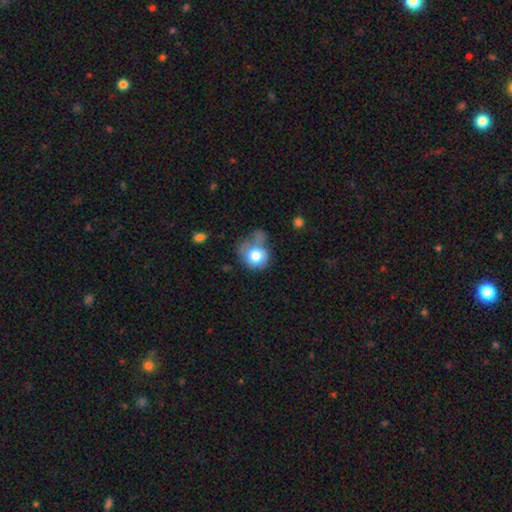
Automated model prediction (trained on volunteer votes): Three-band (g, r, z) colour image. It shows a smooth galaxy with no disk features (76%) that is round (72%). Merging: none (33%).